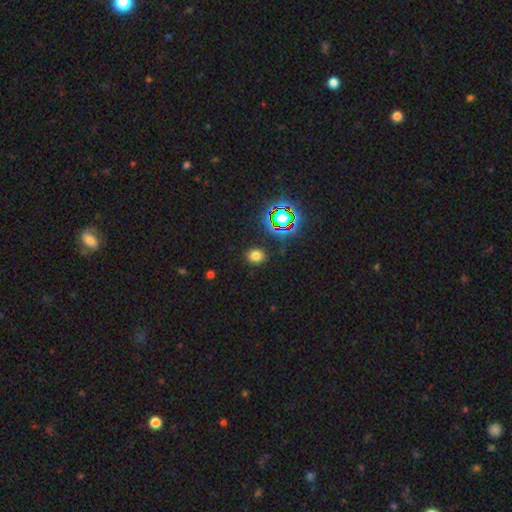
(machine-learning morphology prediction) Smooth or featured? Predicted: smooth (p=0.72). How rounded? Predicted: round (p=0.55). Merging? Predicted: none (p=0.88).